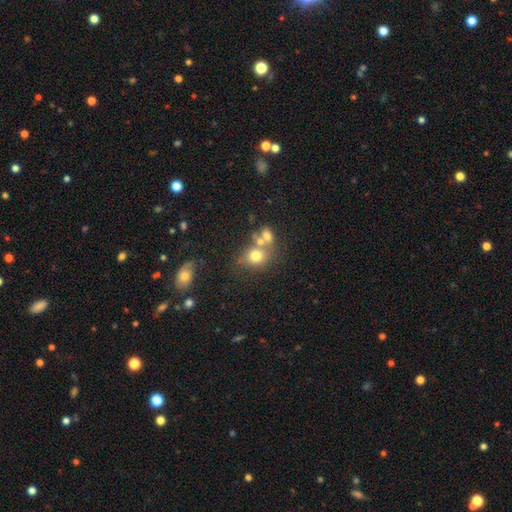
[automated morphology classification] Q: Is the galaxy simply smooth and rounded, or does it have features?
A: smooth — 72%.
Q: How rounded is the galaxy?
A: round — 67%.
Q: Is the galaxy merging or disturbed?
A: none — 44%.